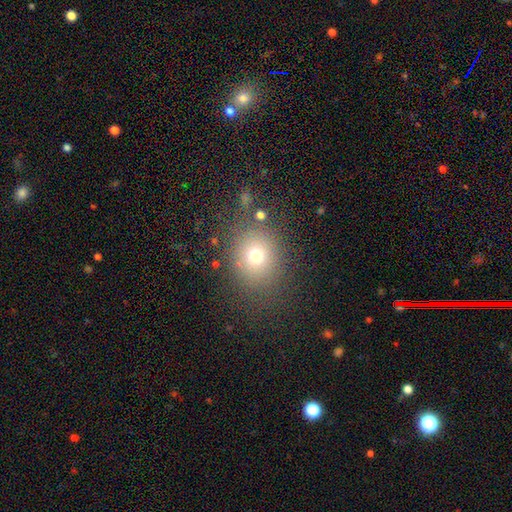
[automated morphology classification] Overall: smooth (70%). How rounded: round (71%). Merging: none (79%).